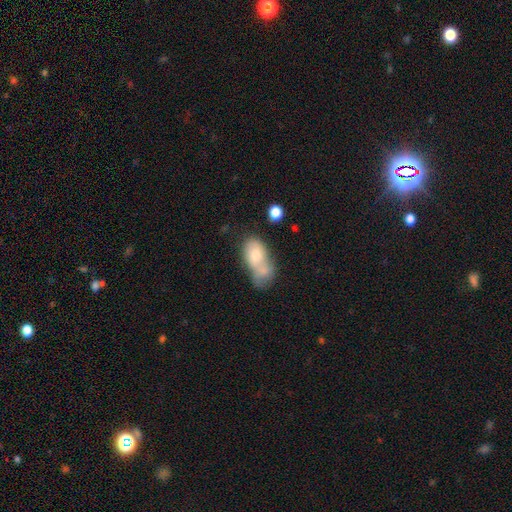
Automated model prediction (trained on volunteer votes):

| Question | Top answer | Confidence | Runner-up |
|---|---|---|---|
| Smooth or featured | smooth | 67% | featured or disk (25%) |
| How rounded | in between | 80% | round (17%) |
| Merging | merger | 60% | none (17%) |